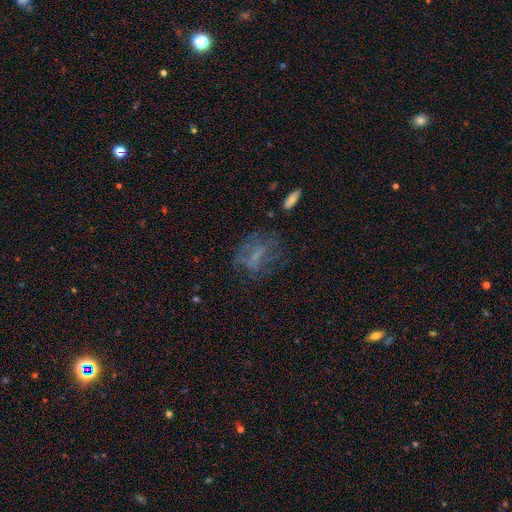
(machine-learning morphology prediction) The model was most divided on "smooth or featured": featured or disk: 48%, smooth: 35%, star or artifact: 17%. More confident: merging — none (55%).